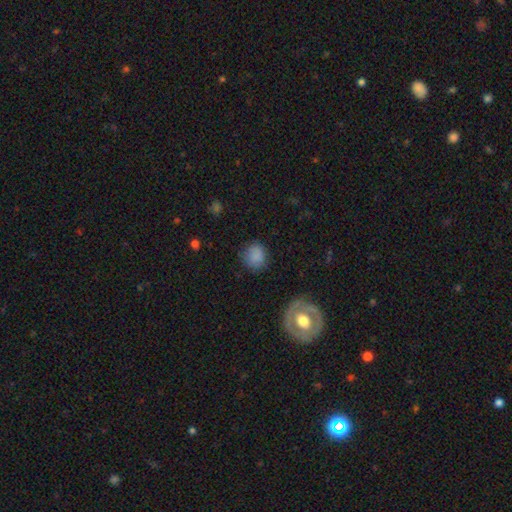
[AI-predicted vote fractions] smooth_or_featured: smooth (p=0.81) [alt: star or artifact p=0.10]
how_rounded: round (p=0.76) [alt: in between p=0.23]
merging: none (p=0.79) [alt: minor disturbance p=0.15]